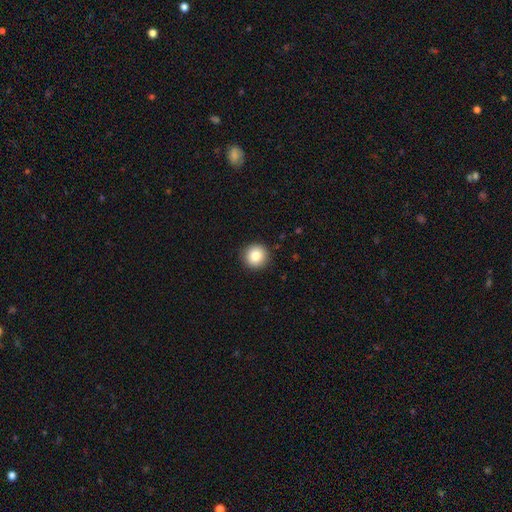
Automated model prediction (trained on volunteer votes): The model was most divided on "smooth or featured": smooth: 85%, star or artifact: 9%, featured or disk: 6%. More confident: how rounded — round (95%); merging — none (91%).